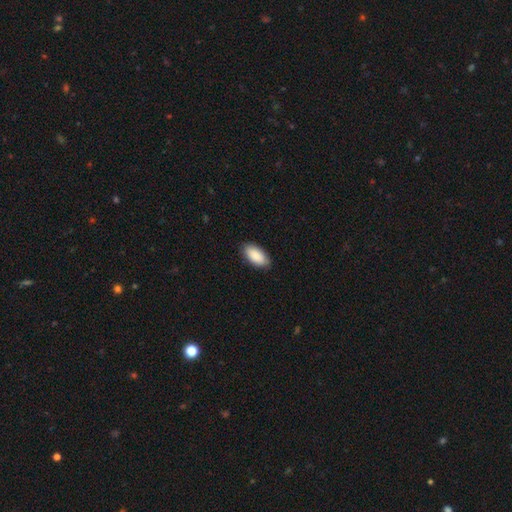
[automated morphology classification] Q: Smooth or featured?
A: smooth (90%); runner-up: star or artifact (6%)
Q: How rounded?
A: in between (94%); runner-up: cigar-shaped (4%)
Q: Merging?
A: none (85%); runner-up: minor disturbance (12%)